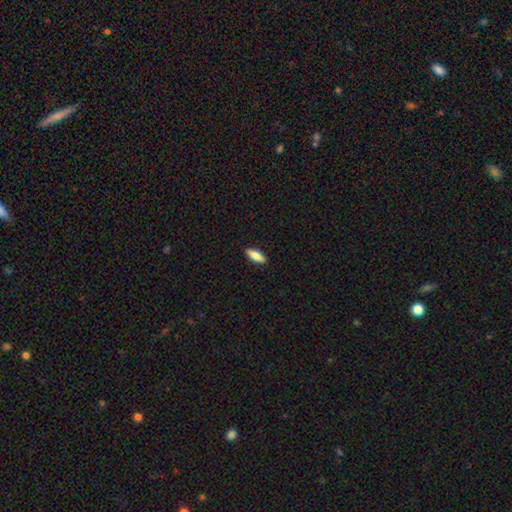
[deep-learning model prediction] A smooth galaxy with no disk features (80%) that is in between round and cigar-shaped (62%). Merging: none (90%).